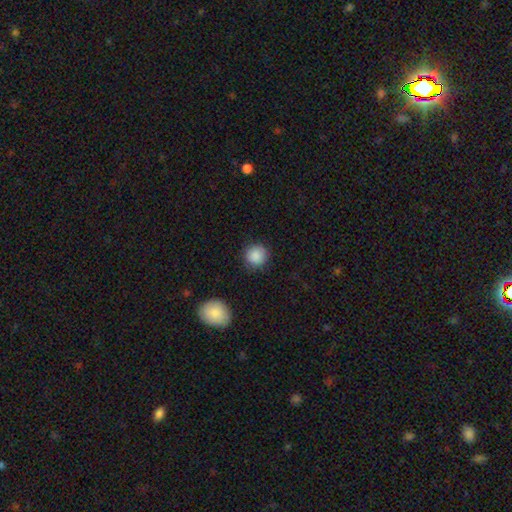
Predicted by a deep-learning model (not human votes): A smooth galaxy with no disk features (88%) that is round (93%). Merging: none (86%).